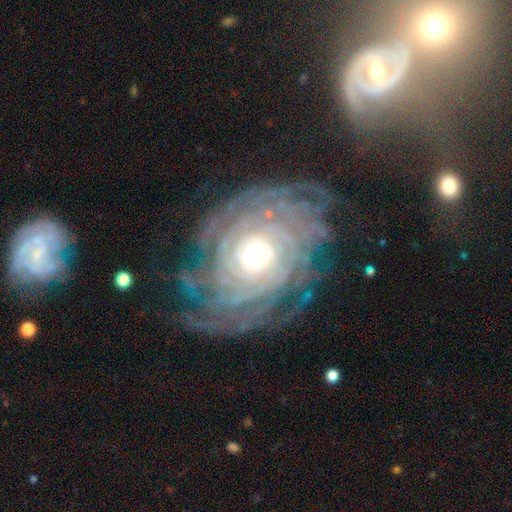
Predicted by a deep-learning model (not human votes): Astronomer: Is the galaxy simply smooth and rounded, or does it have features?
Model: featured or disk — 89%.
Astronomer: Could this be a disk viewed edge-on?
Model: no — 96%.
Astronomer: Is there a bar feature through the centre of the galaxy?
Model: no — 77%.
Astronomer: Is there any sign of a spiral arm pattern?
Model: yes — 96%.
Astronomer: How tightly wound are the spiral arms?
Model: tight — 82%.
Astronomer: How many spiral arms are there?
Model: can't tell — 33% (runner-up: more than 4, 22%).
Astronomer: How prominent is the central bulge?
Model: moderate — 51% (runner-up: small, 34%).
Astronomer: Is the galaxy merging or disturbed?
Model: none — 69%.